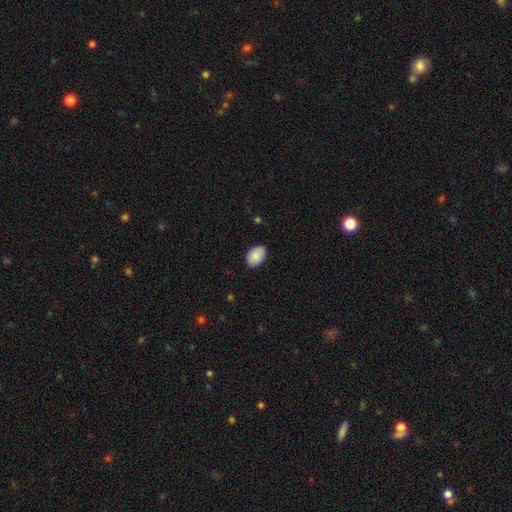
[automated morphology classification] A smooth galaxy with no disk features (88%) that is in between round and cigar-shaped (89%). Merging: none (86%).